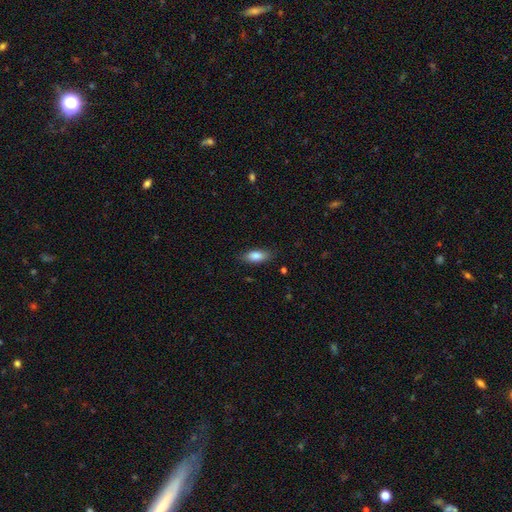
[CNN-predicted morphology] A smooth galaxy with no disk features (84%) that is in between round and cigar-shaped (82%).

Vote fractions:
- Smooth or featured? smooth: 84% / featured or disk: 9% / star or artifact: 7%
- How rounded? in between: 82% / cigar-shaped: 16% / round: 3%
- Merging? none: 84% / minor disturbance: 12% / major disturbance: 3% / merger: 1%